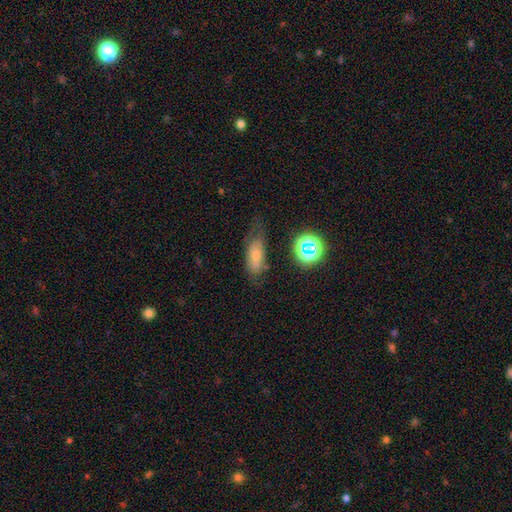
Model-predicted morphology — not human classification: Smooth or featured? smooth (62%)
How rounded? in between (77%)
Merging? none (51%)